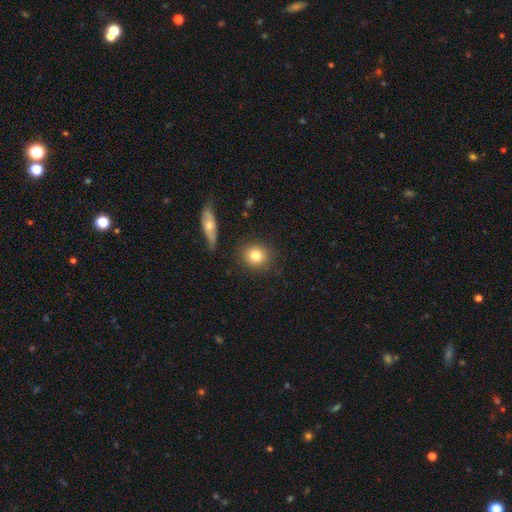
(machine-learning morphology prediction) A smooth galaxy with no disk features (81%) that is round (82%).

Vote fractions:
- Smooth or featured? smooth: 81% / featured or disk: 10% / star or artifact: 9%
- How rounded? round: 82% / in between: 16% / cigar-shaped: 2%
- Merging? none: 85% / minor disturbance: 9% / merger: 3% / major disturbance: 3%